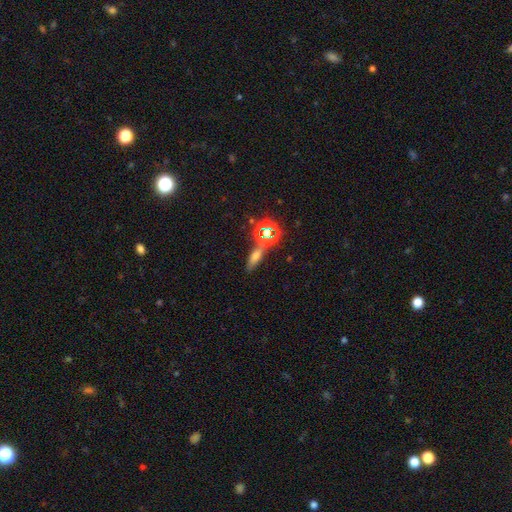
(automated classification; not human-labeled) A smooth galaxy with no disk features (50%). Merging: none (71%).